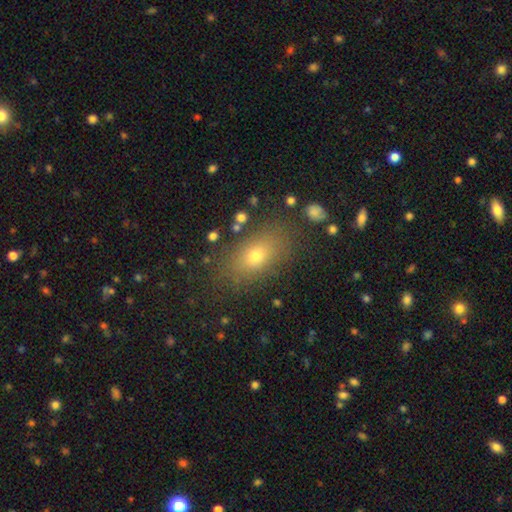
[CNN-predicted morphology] This appears to be a smooth galaxy with no disk features (71%) that is in between round and cigar-shaped (82%). Merging: none (81%).